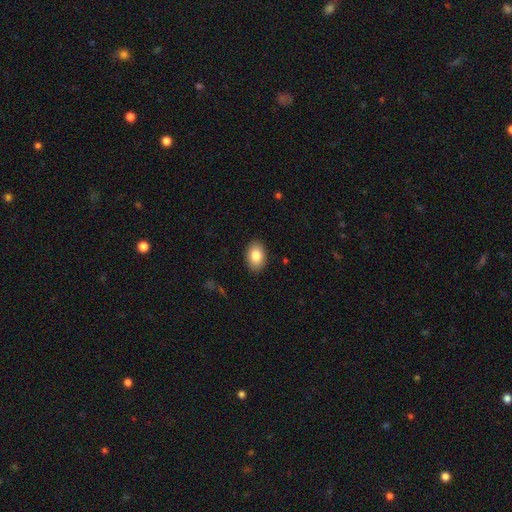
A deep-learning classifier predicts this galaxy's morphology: type=smooth (84%); roundness=in between (85%); merging=none (89%).